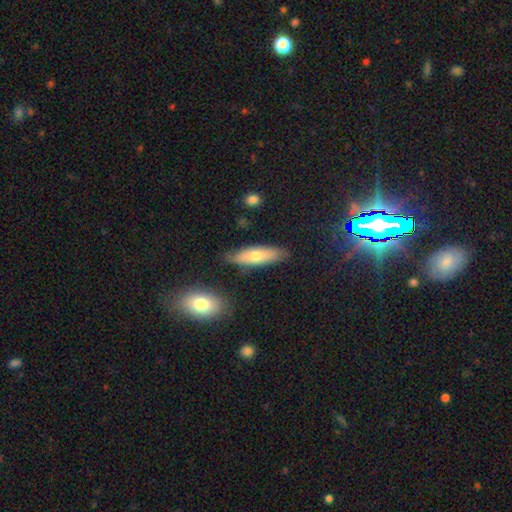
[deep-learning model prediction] A smooth galaxy with no disk features (64%) that is cigar-shaped (53%).

Vote fractions:
- Smooth or featured? smooth: 64% / featured or disk: 29% / star or artifact: 6%
- How rounded? cigar-shaped: 53% / in between: 44% / round: 2%
- Merging? none: 78% / minor disturbance: 16% / major disturbance: 3% / merger: 3%